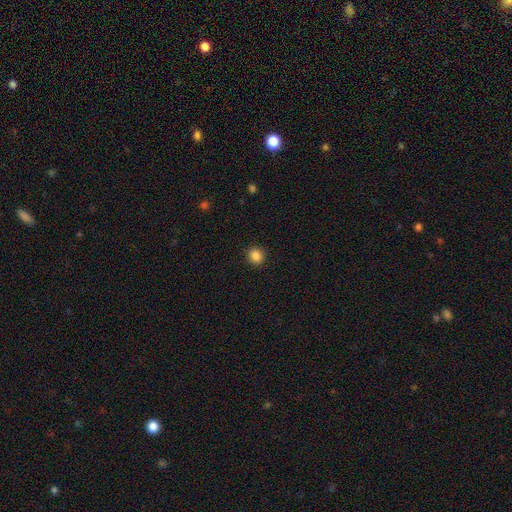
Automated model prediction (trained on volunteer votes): Smooth or featured?
  - smooth: 87% *
  - star or artifact: 11%
  - featured or disk: 3%
How rounded?
  - round: 88% *
  - in between: 11%
  - cigar-shaped: 1%
Merging?
  - none: 92% *
  - minor disturbance: 5%
  - major disturbance: 2%
  - merger: 1%